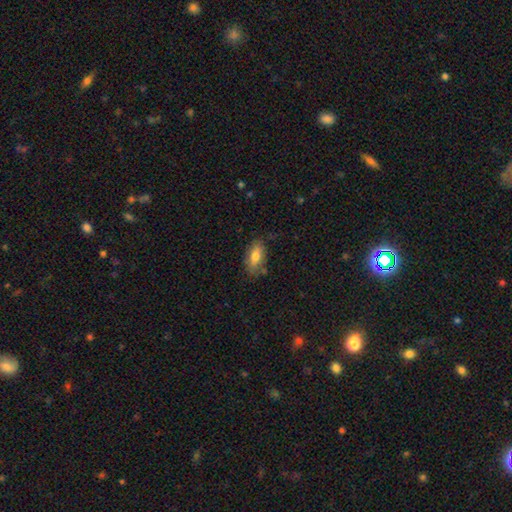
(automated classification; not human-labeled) This appears to be a smooth galaxy with no disk features (76%) that is in between round and cigar-shaped (86%). Merging: none (77%).